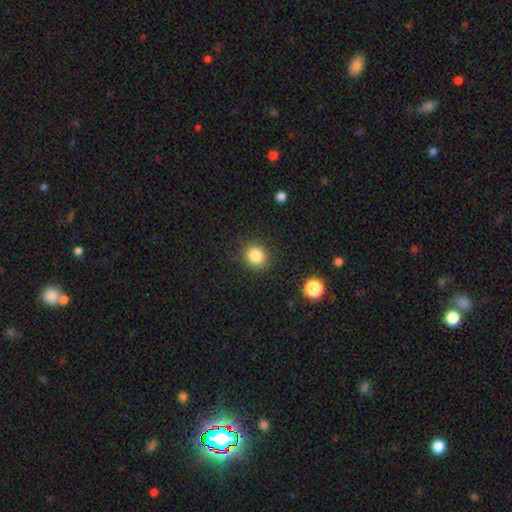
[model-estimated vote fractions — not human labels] Morphology: type=smooth (84%); roundness=round (81%); merging=none (86%).